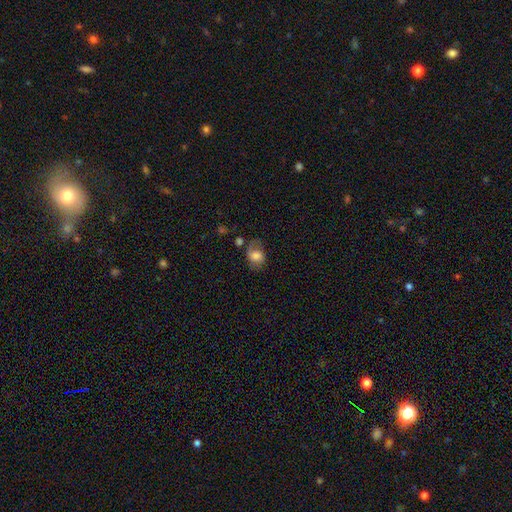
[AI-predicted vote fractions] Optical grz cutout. It shows a smooth galaxy with no disk features (62%) that is in between round and cigar-shaped (61%). Merging: none (44%).